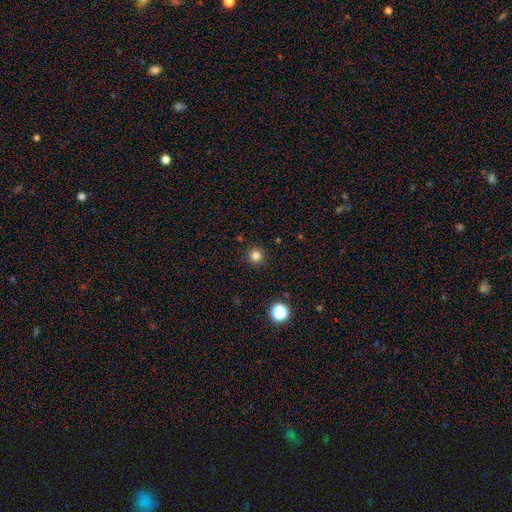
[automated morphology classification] Smooth or featured? smooth (81%)
How rounded? round (95%)
Merging? none (91%)